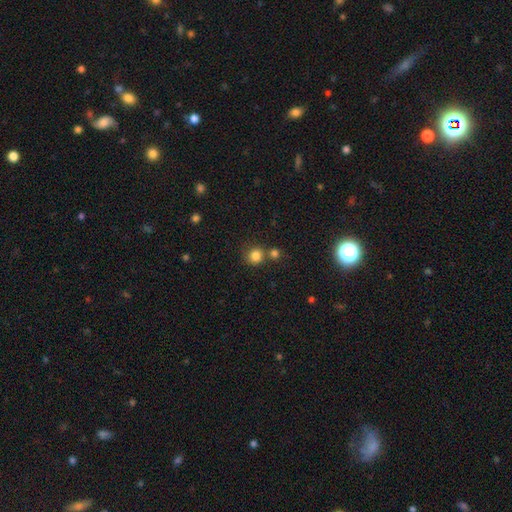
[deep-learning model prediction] Smooth or featured? smooth (83%)
How rounded? round (86%)
Merging? none (61%)